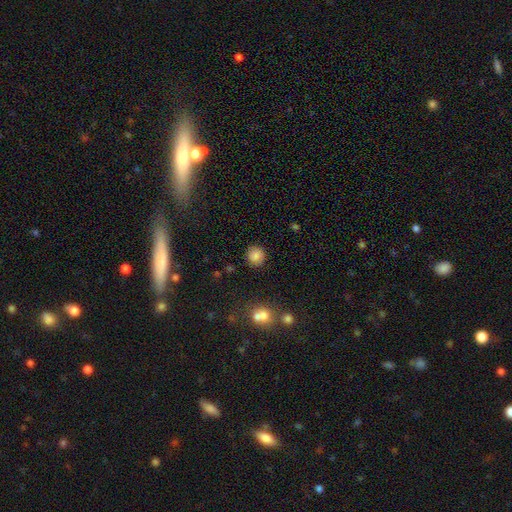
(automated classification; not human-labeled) The model was most divided on "smooth or featured": smooth: 84%, star or artifact: 10%, featured or disk: 6%. More confident: how rounded — round (89%); merging — none (86%).